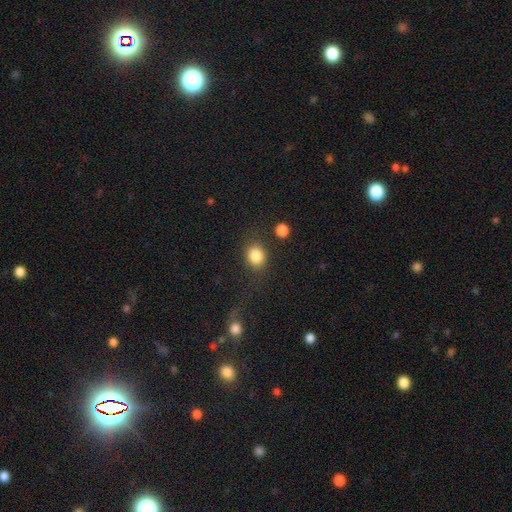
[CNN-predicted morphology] A smooth galaxy with no disk features (85%) that is round (67%).

Vote fractions:
- Smooth or featured? smooth: 85% / star or artifact: 9% / featured or disk: 6%
- How rounded? round: 67% / in between: 32% / cigar-shaped: 1%
- Merging? none: 74% / minor disturbance: 12% / major disturbance: 8% / merger: 6%